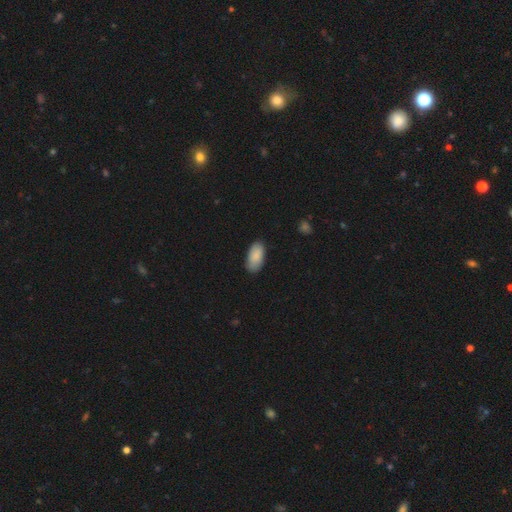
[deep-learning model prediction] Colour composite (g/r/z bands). It shows a smooth galaxy with no disk features (88%) that is in between round and cigar-shaped (94%). Merging: none (83%).